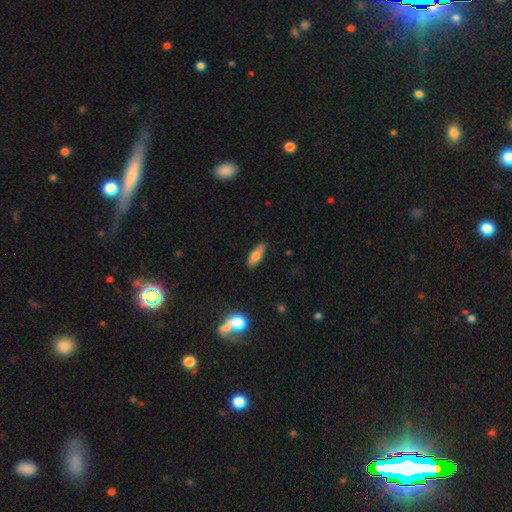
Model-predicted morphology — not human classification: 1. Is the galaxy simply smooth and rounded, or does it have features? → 72% smooth, 21% featured or disk, 7% star or artifact.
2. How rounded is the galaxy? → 61% in between, 36% cigar-shaped, 3% round.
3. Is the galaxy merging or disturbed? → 85% none, 11% minor disturbance, 2% major disturbance, 1% merger.